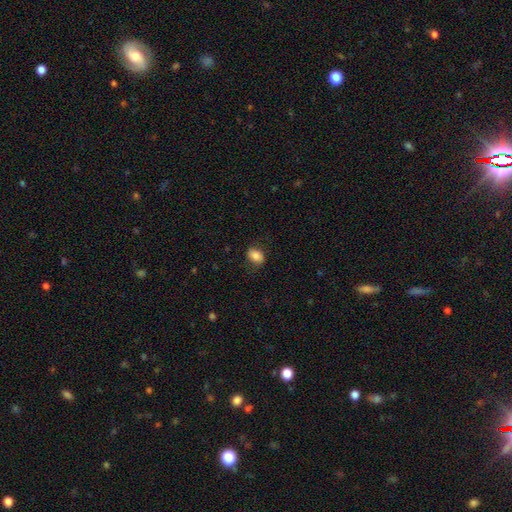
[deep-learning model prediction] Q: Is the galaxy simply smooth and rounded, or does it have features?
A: smooth — 82%.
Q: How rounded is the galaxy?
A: in between — 77%.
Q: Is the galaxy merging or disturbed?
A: none — 79%.